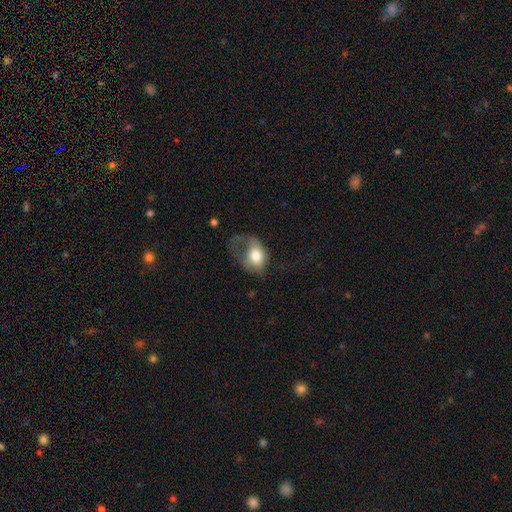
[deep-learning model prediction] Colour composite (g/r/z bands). It shows a smooth galaxy with no disk features (67%) that is in between round and cigar-shaped (63%). Merging: major disturbance (60%).